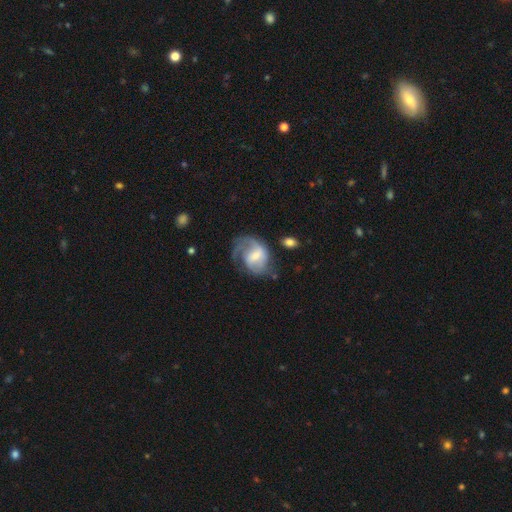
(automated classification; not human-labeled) The model was most divided on "bulge size": small: 44%, moderate: 40%, none: 8%, large: 7%, dominant: 1%. Remaining: edge-on disk — no (97%); spiral arms — yes (89%); smooth or featured — featured or disk (73%); bar — weak (53%); spiral arm count — 2 (47%); spiral winding — medium (44%); merging — none (42%).